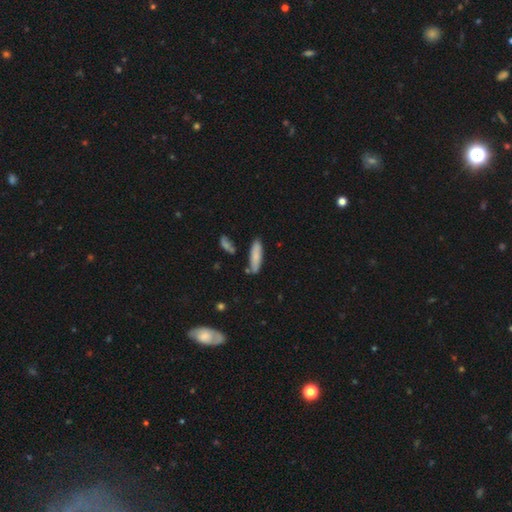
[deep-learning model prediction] A smooth galaxy with no disk features (81%) that is cigar-shaped (66%).

Vote fractions:
- Smooth or featured? smooth: 81% / featured or disk: 13% / star or artifact: 6%
- How rounded? cigar-shaped: 66% / in between: 32% / round: 2%
- Merging? none: 79% / minor disturbance: 13% / merger: 5% / major disturbance: 2%